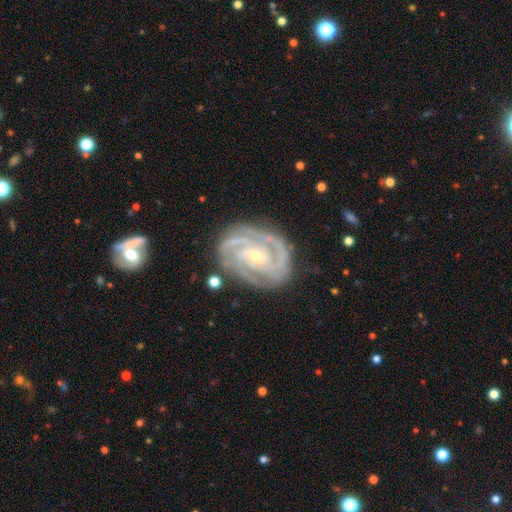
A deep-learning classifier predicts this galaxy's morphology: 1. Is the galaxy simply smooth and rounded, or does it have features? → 92% featured or disk, 5% star or artifact, 4% smooth.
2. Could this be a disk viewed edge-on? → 98% no, 2% yes.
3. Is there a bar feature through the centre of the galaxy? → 60% no, 27% weak, 12% strong.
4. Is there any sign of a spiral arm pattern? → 98% yes, 2% no.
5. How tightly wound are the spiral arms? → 72% tight, 25% medium, 3% loose.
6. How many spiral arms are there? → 43% 3, 22% 2, 15% 4, 10% can't tell, 5% more than 4, 5% 1.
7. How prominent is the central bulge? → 72% small, 25% moderate, 1% large, 1% none, 1% dominant.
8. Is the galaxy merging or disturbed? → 78% none, 16% minor disturbance, 5% major disturbance, 2% merger.